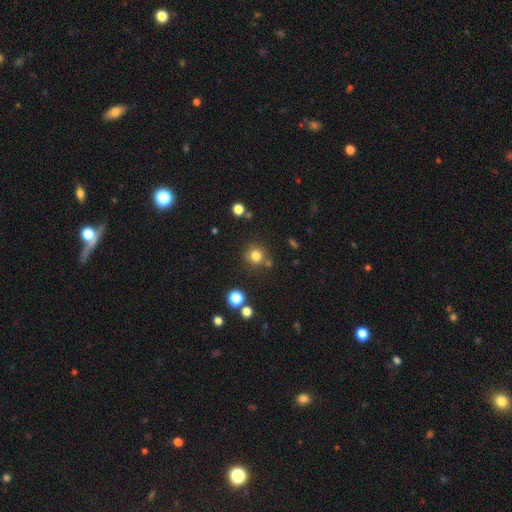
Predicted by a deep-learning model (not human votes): smooth-or-featured: smooth: 80% | star or artifact: 14% | featured or disk: 6%
  how-rounded: round: 92% | in between: 7% | cigar-shaped: 1%
  merging: none: 79% | minor disturbance: 10% | merger: 8% | major disturbance: 3%